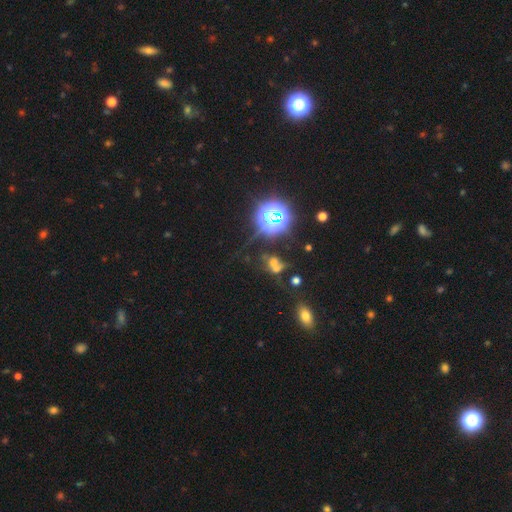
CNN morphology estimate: This appears to be a star or artifact, not a galaxy (69%).